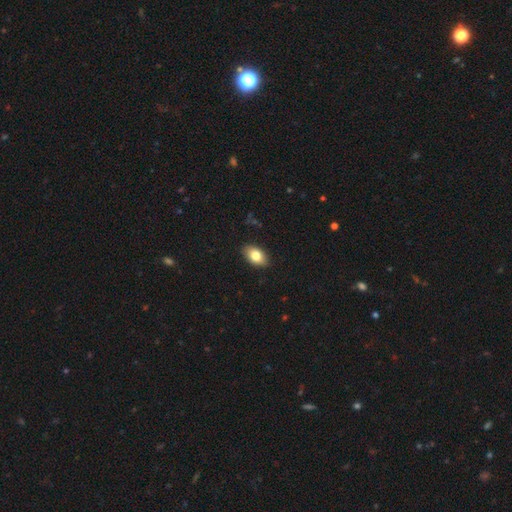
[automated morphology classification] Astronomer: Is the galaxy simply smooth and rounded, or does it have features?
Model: smooth — 81%.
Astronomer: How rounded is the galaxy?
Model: in between — 89%.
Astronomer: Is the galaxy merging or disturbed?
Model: none — 89%.